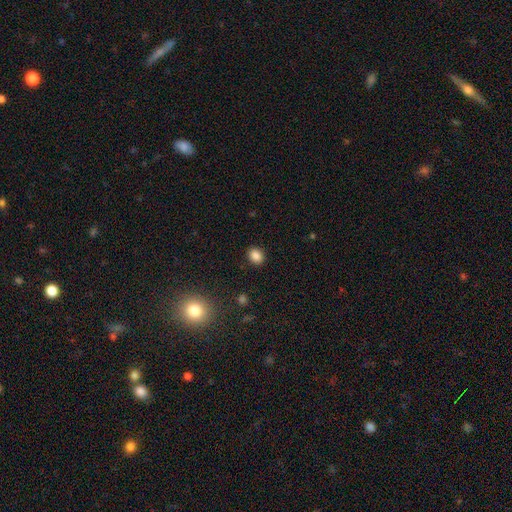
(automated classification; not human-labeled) The model was most divided on "how rounded": round: 52%, in between: 47%, cigar-shaped: 1%. More confident: merging — none (89%); smooth or featured — smooth (85%).